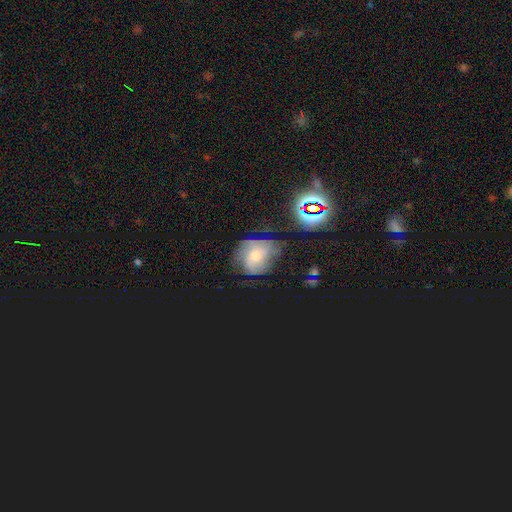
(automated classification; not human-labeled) featured or disk 50%, smooth 34%, star or artifact 16%. Down the decision tree: merging — none (43%).